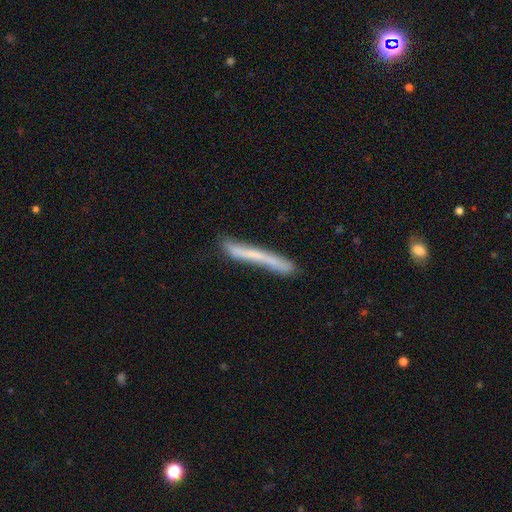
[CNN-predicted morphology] This is possibly a smooth galaxy (52%). How rounded: clearly cigar-shaped (96%). Merging: likely none (70%).